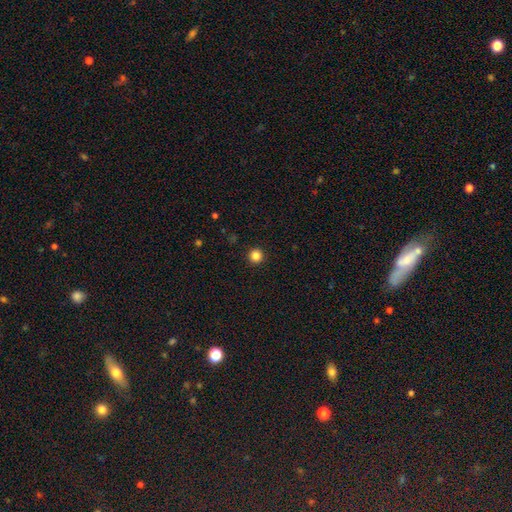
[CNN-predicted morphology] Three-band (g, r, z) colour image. It shows a smooth galaxy with no disk features (84%) that is round (96%). Merging: none (94%).